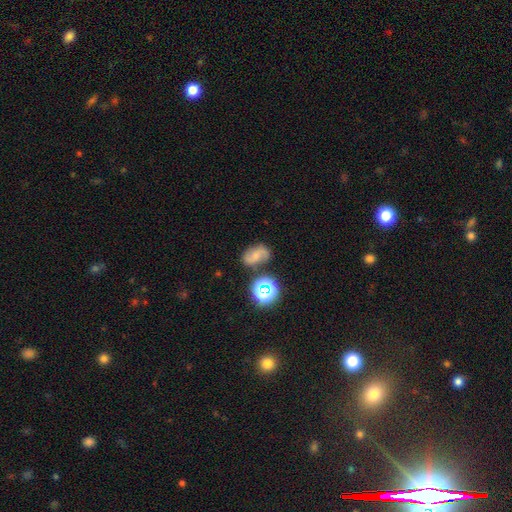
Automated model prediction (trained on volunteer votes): A featured or disk galaxy (50%).

Vote fractions:
- Smooth or featured? featured or disk: 50% / smooth: 33% / star or artifact: 16%
- Edge-on disk? no: 96% / yes: 4%
- Merging? none: 68% / minor disturbance: 18% / merger: 8% / major disturbance: 6%